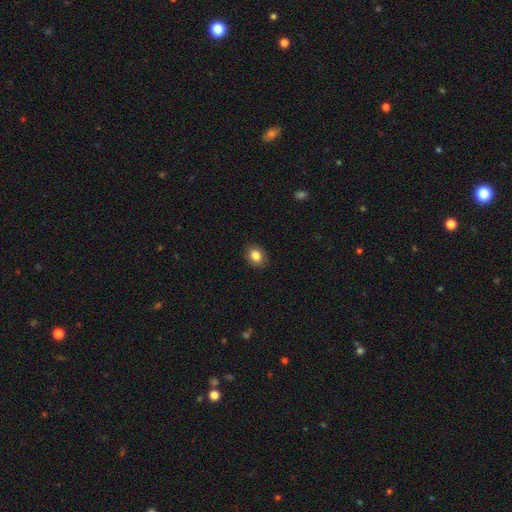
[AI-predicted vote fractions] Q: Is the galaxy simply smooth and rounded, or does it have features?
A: smooth — 84%.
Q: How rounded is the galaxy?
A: in between — 58%.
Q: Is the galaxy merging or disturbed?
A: none — 88%.